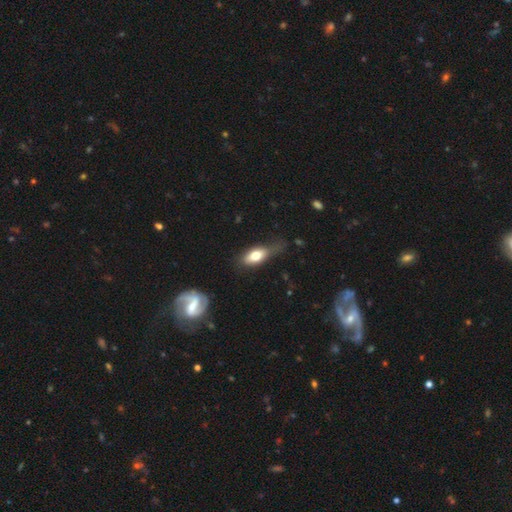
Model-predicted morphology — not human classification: A smooth galaxy with no disk features (71%) that is in between round and cigar-shaped (81%). Merging: none (44%).